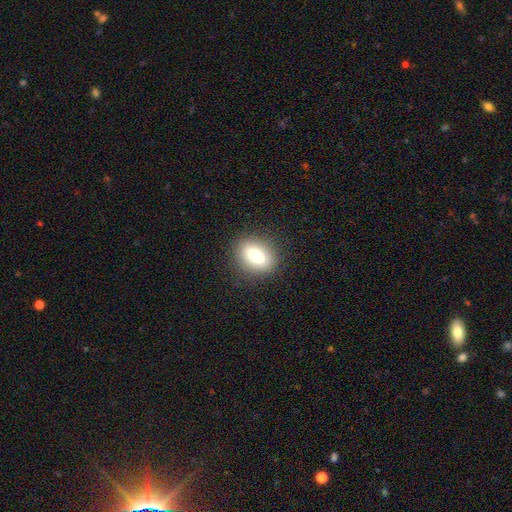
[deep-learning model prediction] Q: Smooth or featured?
A: smooth (74%); runner-up: featured or disk (17%)
Q: How rounded?
A: in between (64%); runner-up: round (32%)
Q: Merging?
A: none (87%); runner-up: minor disturbance (9%)